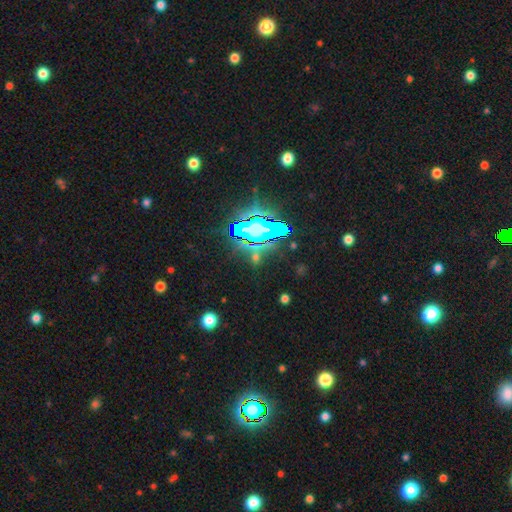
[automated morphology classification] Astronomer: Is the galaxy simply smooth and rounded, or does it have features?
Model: star or artifact — 61%.